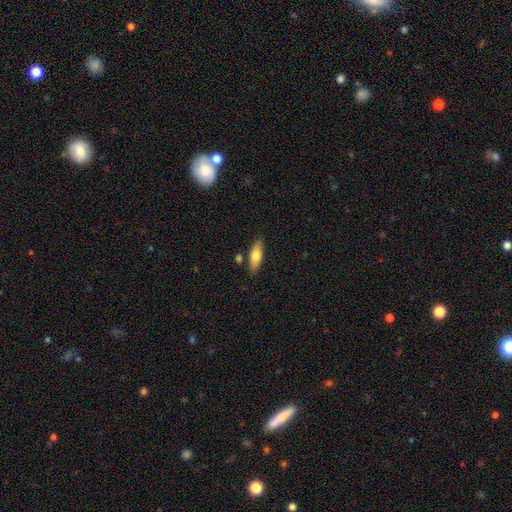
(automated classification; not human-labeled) A smooth galaxy with no disk features (72%) that is in between round and cigar-shaped (64%).

Vote fractions:
- Smooth or featured? smooth: 72% / featured or disk: 22% / star or artifact: 6%
- How rounded? in between: 64% / cigar-shaped: 34% / round: 2%
- Merging? none: 81% / minor disturbance: 12% / merger: 5% / major disturbance: 2%